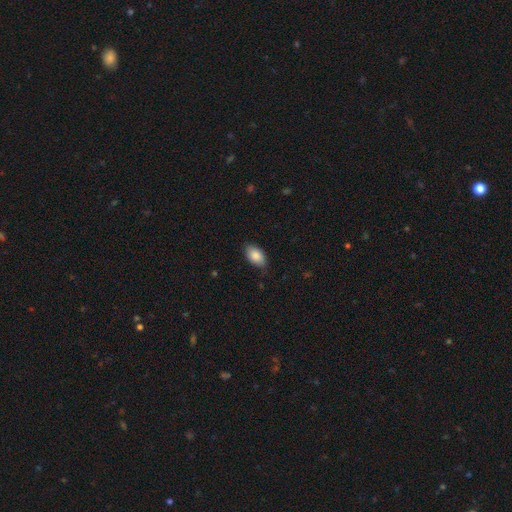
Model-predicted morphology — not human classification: Smooth or featured? smooth (87%)
How rounded? in between (93%)
Merging? none (80%)